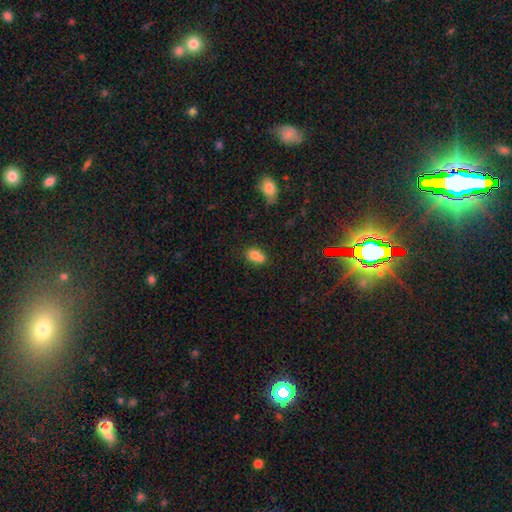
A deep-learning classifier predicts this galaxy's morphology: Q: Smooth or featured?
A: smooth (73%); runner-up: featured or disk (15%)
Q: How rounded?
A: in between (59%); runner-up: round (39%)
Q: Merging?
A: merger (58%); runner-up: none (29%)